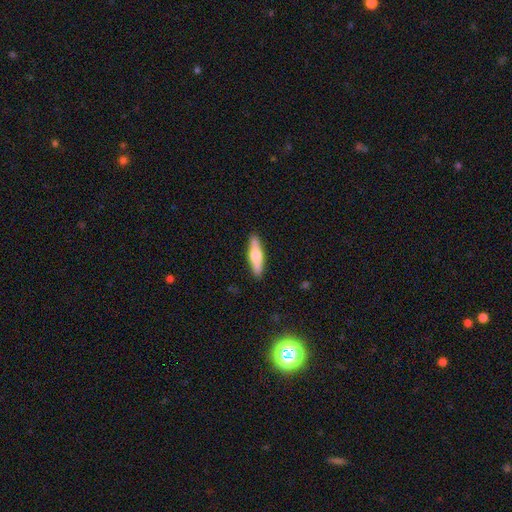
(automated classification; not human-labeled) Smooth or featured?
  - smooth: 57% *
  - featured or disk: 37%
  - star or artifact: 6%
How rounded?
  - cigar-shaped: 70% *
  - in between: 28%
  - round: 2%
Merging?
  - none: 89% *
  - minor disturbance: 8%
  - major disturbance: 2%
  - merger: 1%